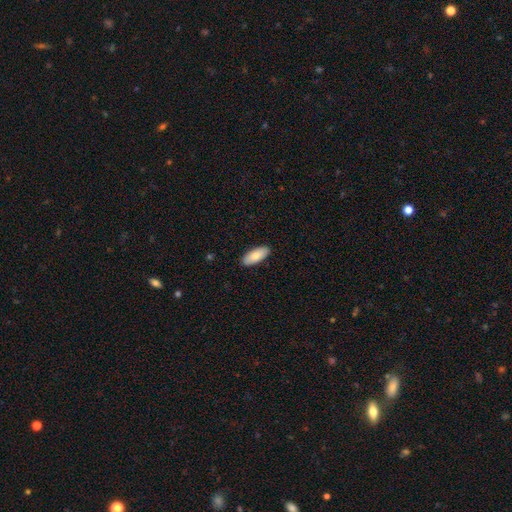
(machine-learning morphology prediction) type=smooth (84%); roundness=in between (84%); merging=none (90%).